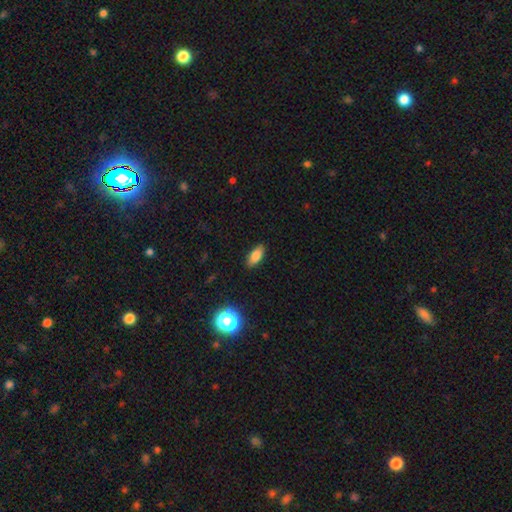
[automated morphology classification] A smooth galaxy with no disk features (82%) that is in between round and cigar-shaped (85%). Merging: none (88%).